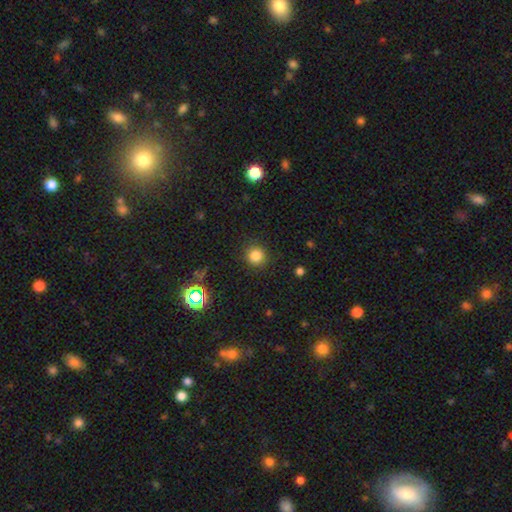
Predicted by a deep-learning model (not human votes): A smooth galaxy with no disk features (81%) that is round (93%).

Vote fractions:
- Smooth or featured? smooth: 81% / star or artifact: 14% / featured or disk: 5%
- How rounded? round: 93% / in between: 6% / cigar-shaped: 1%
- Merging? none: 89% / minor disturbance: 7% / major disturbance: 3% / merger: 1%